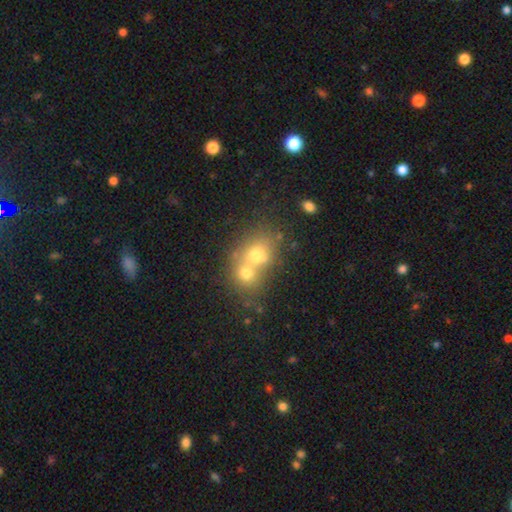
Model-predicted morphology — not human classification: smooth_or_featured: smooth (p=0.63) [alt: featured or disk p=0.22]
how_rounded: round (p=0.65) [alt: in between p=0.34]
merging: merger (p=0.67) [alt: none p=0.25]